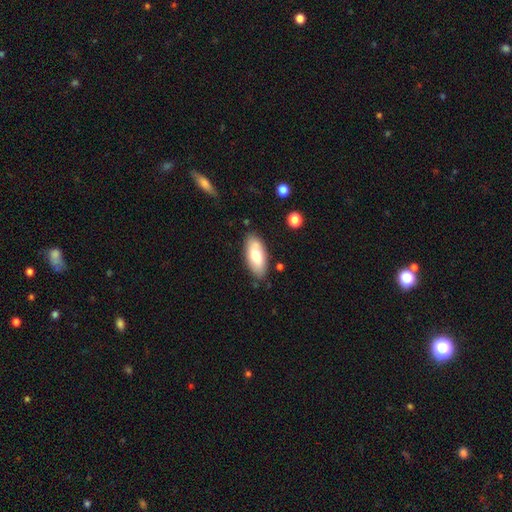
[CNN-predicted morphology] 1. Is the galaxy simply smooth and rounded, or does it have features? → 70% smooth, 24% featured or disk, 6% star or artifact.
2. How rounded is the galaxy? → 88% in between, 10% cigar-shaped, 2% round.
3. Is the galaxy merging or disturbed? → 81% none, 13% minor disturbance, 3% merger, 3% major disturbance.